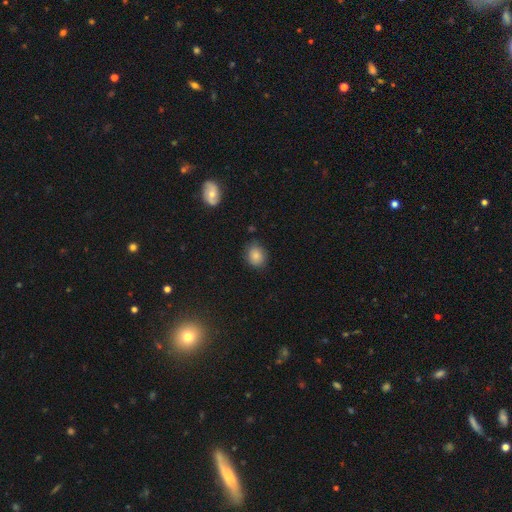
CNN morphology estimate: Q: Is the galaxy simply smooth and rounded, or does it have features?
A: smooth — 84%.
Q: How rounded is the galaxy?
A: round — 53%.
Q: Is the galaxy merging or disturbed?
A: none — 81%.